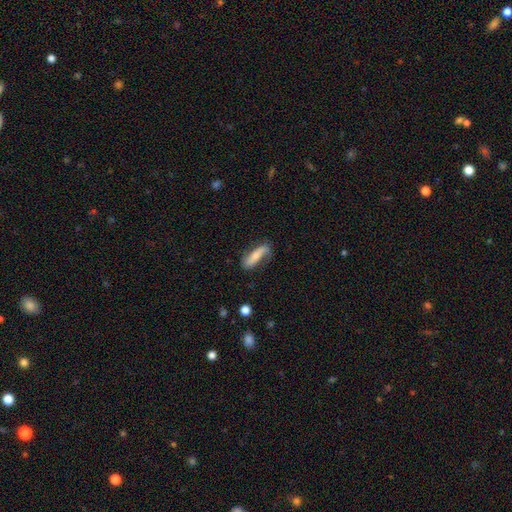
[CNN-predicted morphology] Overall: smooth (50%; featured or disk 43%). Merging: none (64%; minor disturbance 24%).